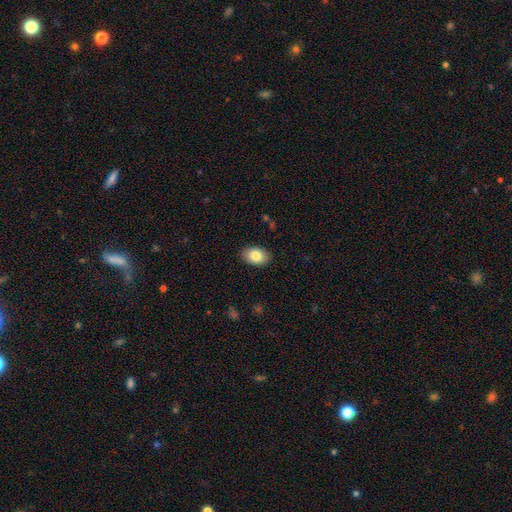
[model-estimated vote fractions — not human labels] smooth-or-featured: smooth: 84% | featured or disk: 9% | star or artifact: 7%
  how-rounded: in between: 87% | round: 12% | cigar-shaped: 1%
  merging: none: 88% | minor disturbance: 9% | major disturbance: 2% | merger: 1%